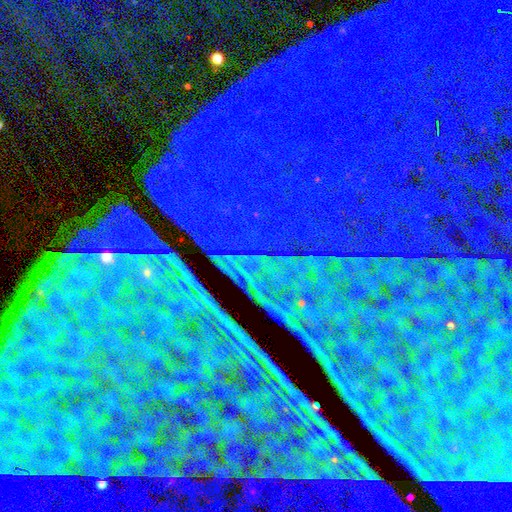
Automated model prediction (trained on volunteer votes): A star or artifact, not a galaxy (86%).

Vote fractions:
- Smooth or featured? star or artifact: 86% / featured or disk: 7% / smooth: 7%